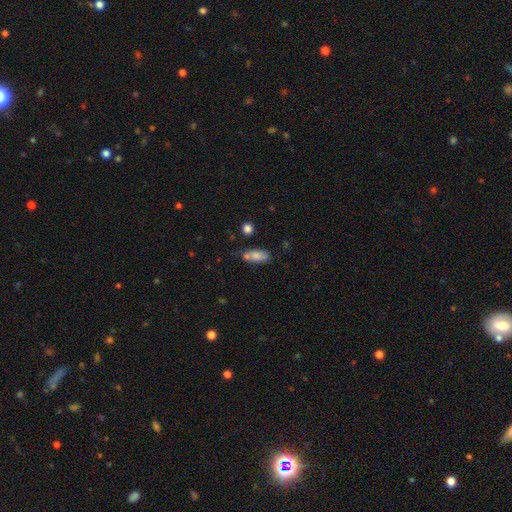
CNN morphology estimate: Smooth or featured?
  - smooth: 79% *
  - featured or disk: 13%
  - star or artifact: 9%
How rounded?
  - in between: 80% *
  - cigar-shaped: 15%
  - round: 4%
Merging?
  - none: 55% *
  - minor disturbance: 21%
  - merger: 19%
  - major disturbance: 6%